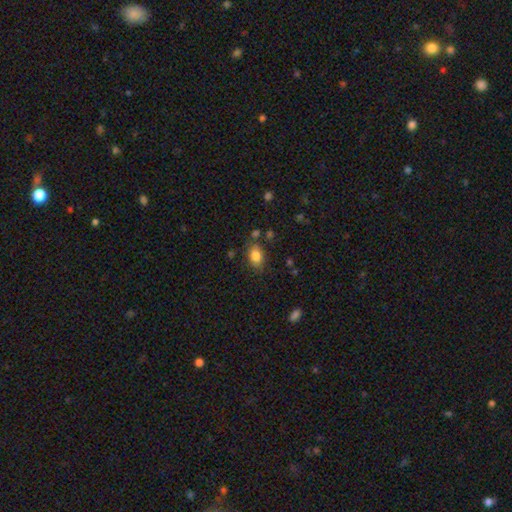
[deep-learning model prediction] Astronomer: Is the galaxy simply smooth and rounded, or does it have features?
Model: smooth — 83%.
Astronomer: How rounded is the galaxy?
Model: in between — 82%.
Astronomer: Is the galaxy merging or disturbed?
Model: none — 76%.